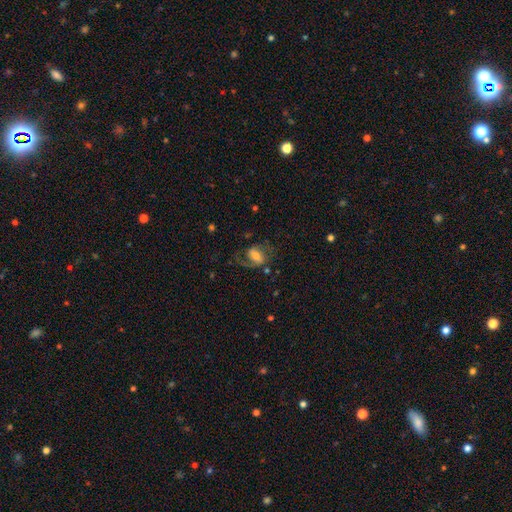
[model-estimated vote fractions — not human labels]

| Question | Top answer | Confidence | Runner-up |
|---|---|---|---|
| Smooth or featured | featured or disk | 63% | smooth (28%) |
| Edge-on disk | no | 96% | yes (4%) |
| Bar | weak | 43% | strong (29%) |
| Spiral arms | yes | 88% | no (12%) |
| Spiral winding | medium | 48% | loose (40%) |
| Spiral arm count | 2 | 77% | 1 (15%) |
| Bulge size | moderate | 33% | large (28%) |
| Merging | none | 55% | major disturbance (25%) |